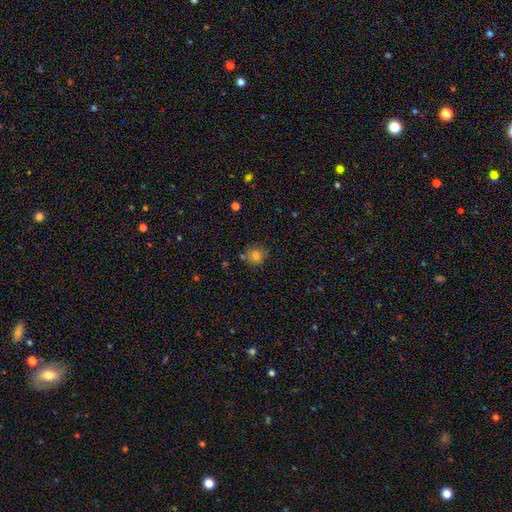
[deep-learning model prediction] smooth-or-featured: smooth: 72% | star or artifact: 16% | featured or disk: 12%
  how-rounded: round: 72% | in between: 27% | cigar-shaped: 1%
  merging: none: 69% | minor disturbance: 17% | merger: 8% | major disturbance: 6%